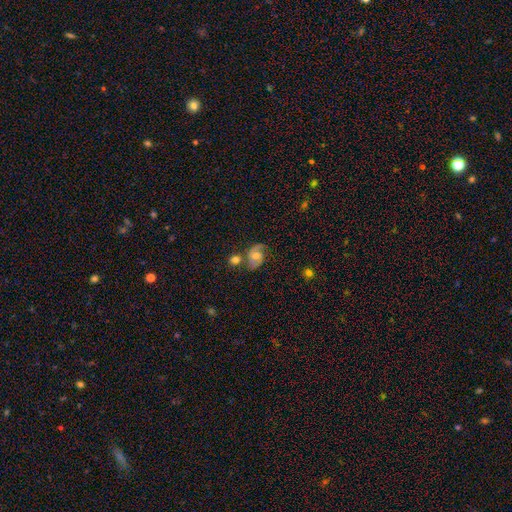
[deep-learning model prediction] featured or disk 73%, smooth 19%, star or artifact 8%. Down the decision tree: edge-on disk — no (97%); bar — no (59%); spiral arms — yes (92%); spiral arm count — 2 (86%); spiral winding — medium (52%); bulge size — moderate (63%); merging — none (61%).